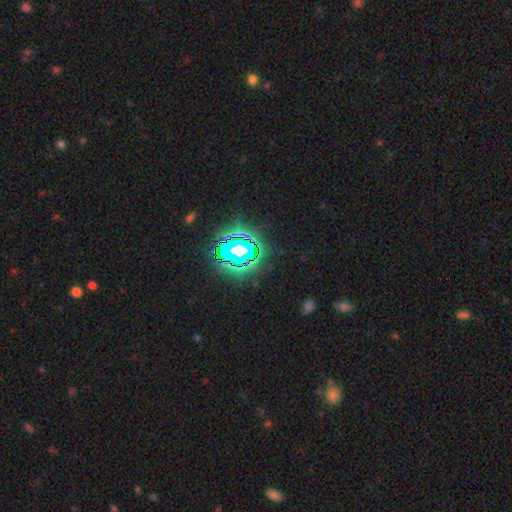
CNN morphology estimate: The model was most divided on "smooth or featured": star or artifact: 82%, smooth: 12%, featured or disk: 6%.